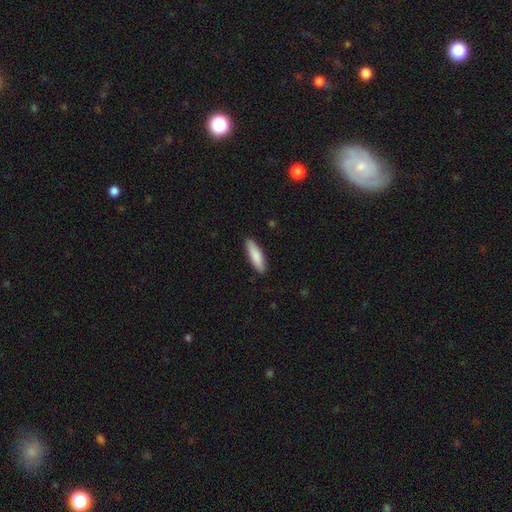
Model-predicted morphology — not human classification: Smooth or featured? smooth (86%)
How rounded? cigar-shaped (61%)
Merging? none (89%)